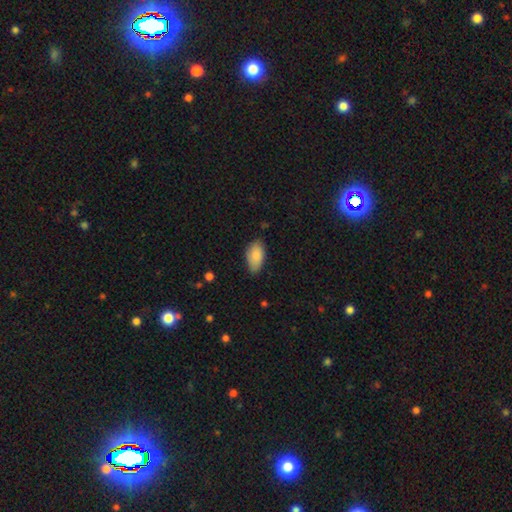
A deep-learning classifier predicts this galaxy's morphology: The model was most divided on "merging": none: 76%, minor disturbance: 20%, major disturbance: 3%, merger: 1%. More confident: how rounded — in between (94%); smooth or featured — smooth (86%).